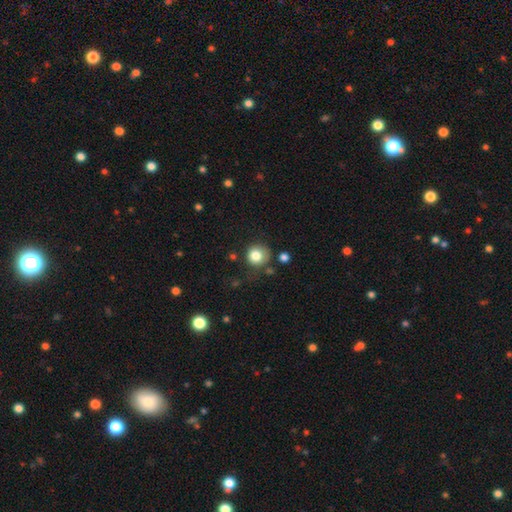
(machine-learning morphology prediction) Overall: smooth (82%). How rounded: round (89%). Merging: none (68%).